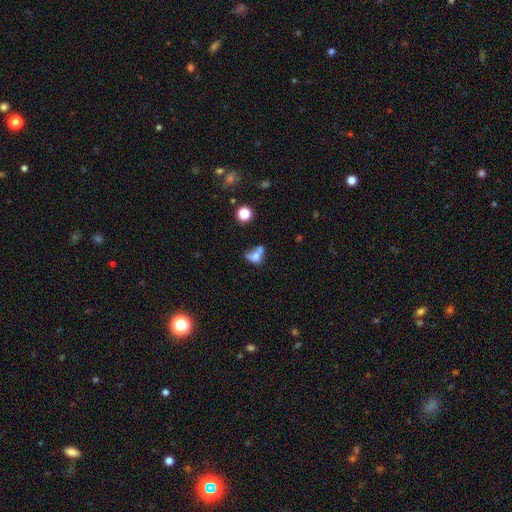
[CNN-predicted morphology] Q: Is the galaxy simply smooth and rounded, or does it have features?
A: smooth — 65%.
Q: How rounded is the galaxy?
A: in between — 63%.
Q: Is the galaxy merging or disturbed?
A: merger — 45%.